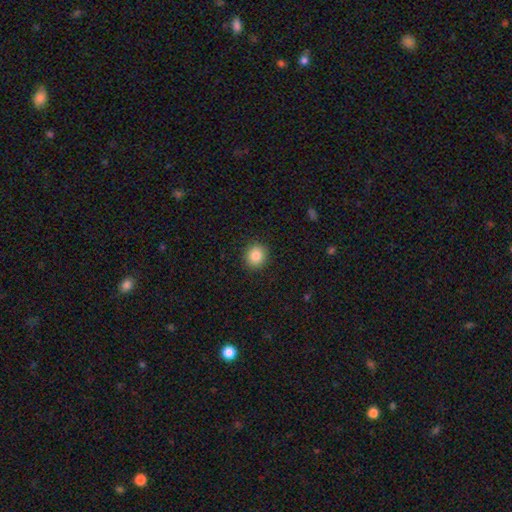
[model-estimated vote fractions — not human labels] A smooth galaxy with no disk features (85%) that is round (89%). Merging: none (91%).